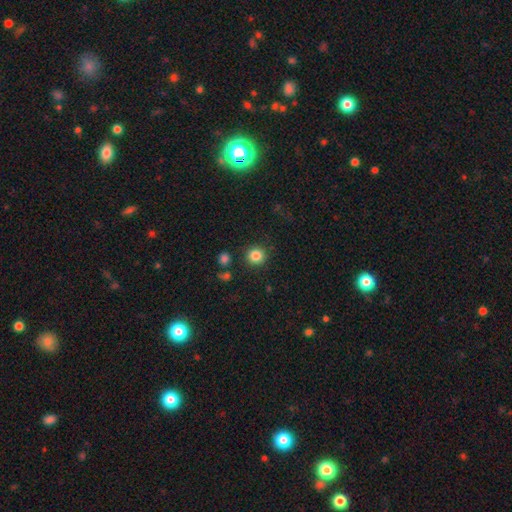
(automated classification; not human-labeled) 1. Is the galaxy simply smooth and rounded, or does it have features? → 84% smooth, 11% star or artifact, 5% featured or disk.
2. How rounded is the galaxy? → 91% round, 8% in between, 1% cigar-shaped.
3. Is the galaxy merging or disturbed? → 88% none, 7% minor disturbance, 3% major disturbance, 2% merger.